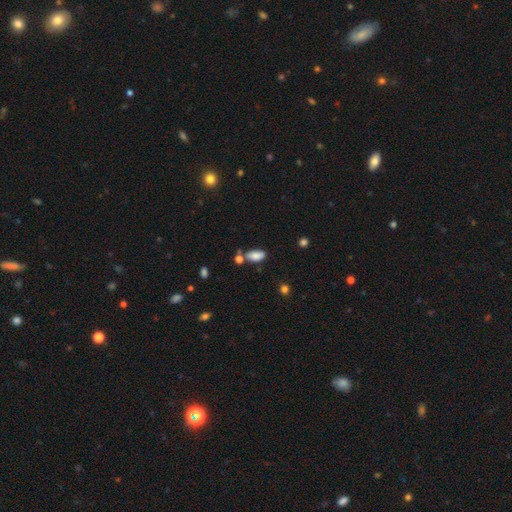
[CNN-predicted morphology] This is clearly a smooth galaxy (83%). How rounded: clearly in between (92%). Merging: likely none (63%).